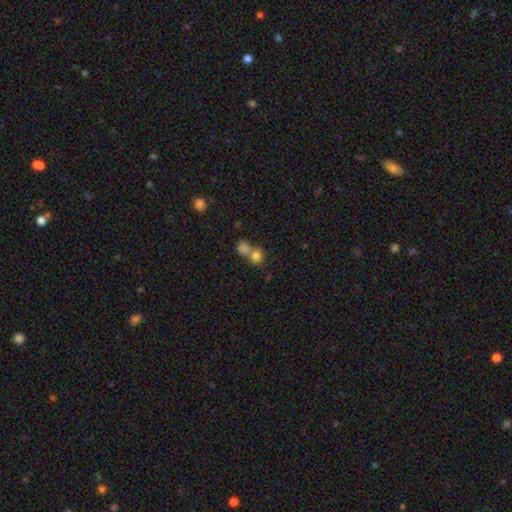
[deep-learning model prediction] Smooth or featured: smooth — 79% (star or artifact — 12%)
How rounded: round — 76% (in between — 23%)
Merging: merger — 47% (none — 41%)